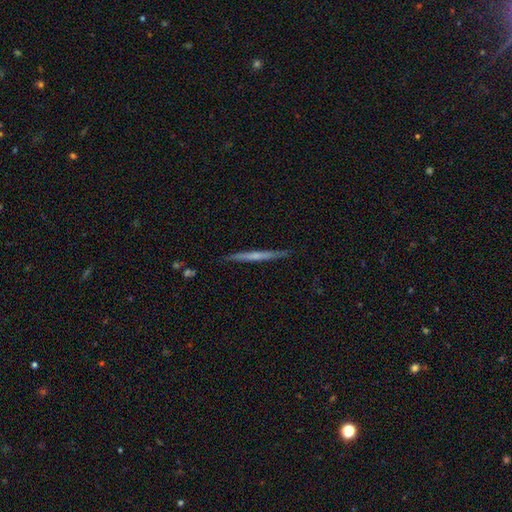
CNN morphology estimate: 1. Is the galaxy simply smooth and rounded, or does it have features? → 55% featured or disk, 40% smooth, 6% star or artifact.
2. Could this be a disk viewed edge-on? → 97% yes, 3% no.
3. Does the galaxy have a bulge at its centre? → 70% none, 24% rounded, 5% boxy.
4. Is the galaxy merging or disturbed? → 90% none, 8% minor disturbance, 1% major disturbance, 1% merger.